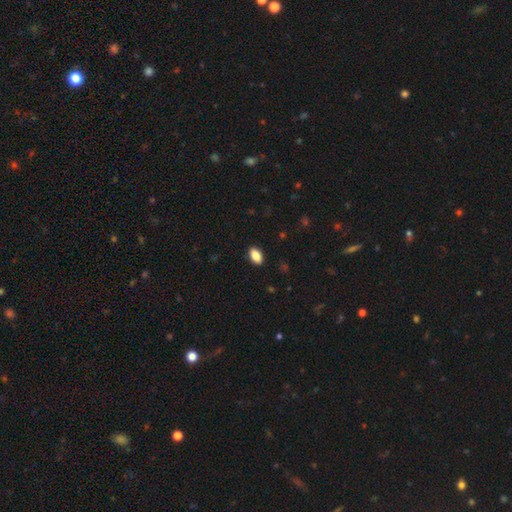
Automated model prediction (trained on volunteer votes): Overall: smooth (87%). How rounded: in between (92%). Merging: none (90%).